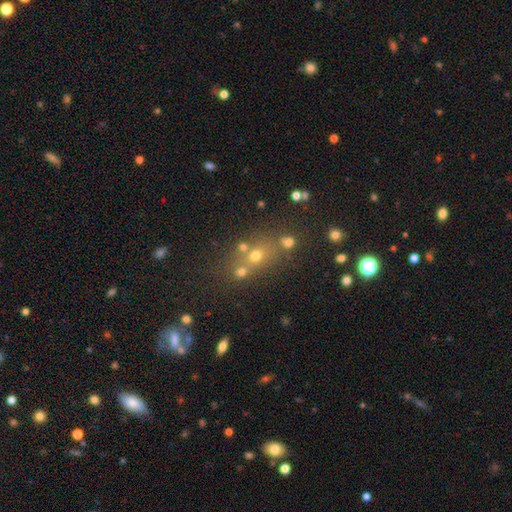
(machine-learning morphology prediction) smooth-or-featured: smooth: 54% | star or artifact: 29% | featured or disk: 17%
  how-rounded: round: 63% | in between: 34% | cigar-shaped: 3%
  merging: none: 54% | merger: 29% | minor disturbance: 11% | major disturbance: 6%